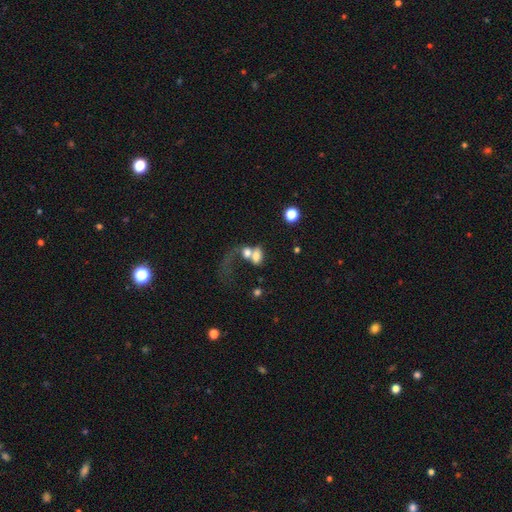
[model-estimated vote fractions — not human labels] Q: Smooth or featured?
A: smooth (62%); runner-up: featured or disk (27%)
Q: How rounded?
A: in between (75%); runner-up: round (21%)
Q: Merging?
A: merger (59%); runner-up: major disturbance (20%)